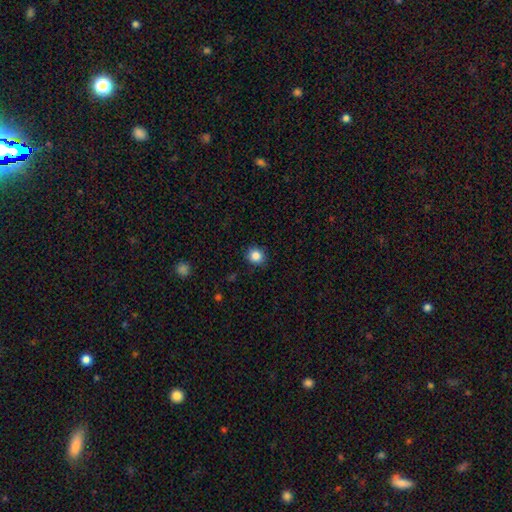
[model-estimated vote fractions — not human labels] A smooth galaxy with no disk features (85%) that is round (85%).

Vote fractions:
- Smooth or featured? smooth: 85% / star or artifact: 11% / featured or disk: 4%
- How rounded? round: 85% / in between: 14% / cigar-shaped: 1%
- Merging? none: 89% / minor disturbance: 8% / major disturbance: 2% / merger: 1%